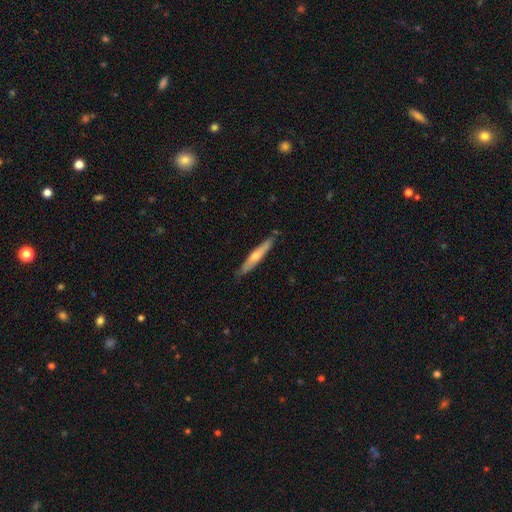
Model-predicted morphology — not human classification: Smooth or featured? featured or disk (50%)
Merging? none (85%)